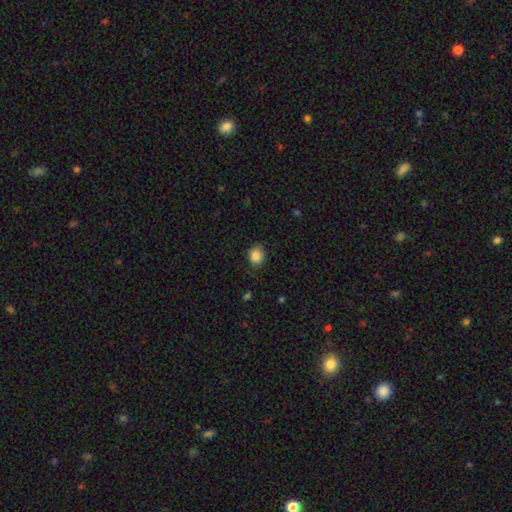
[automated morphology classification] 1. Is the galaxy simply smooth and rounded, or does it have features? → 86% smooth, 9% star or artifact, 5% featured or disk.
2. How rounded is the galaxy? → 65% round, 35% in between, 1% cigar-shaped.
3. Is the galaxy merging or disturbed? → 80% none, 15% minor disturbance, 3% major disturbance, 1% merger.